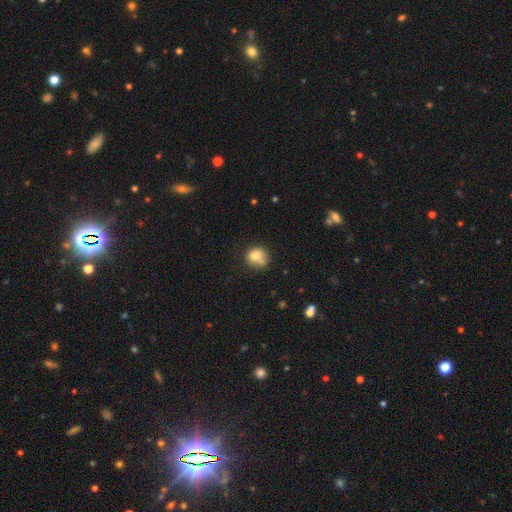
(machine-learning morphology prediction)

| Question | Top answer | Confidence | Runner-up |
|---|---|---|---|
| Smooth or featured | smooth | 76% | featured or disk (14%) |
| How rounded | round | 76% | in between (23%) |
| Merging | none | 50% | merger (23%) |